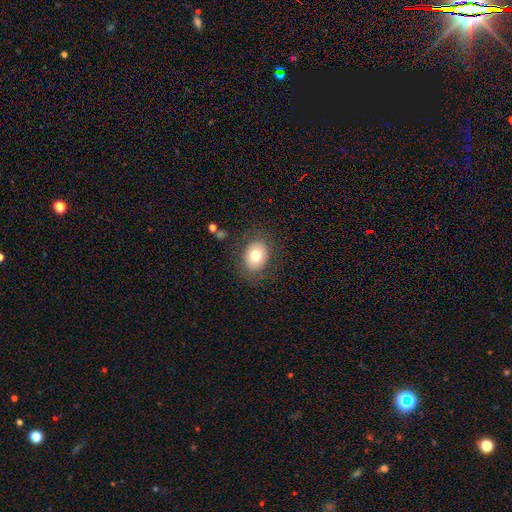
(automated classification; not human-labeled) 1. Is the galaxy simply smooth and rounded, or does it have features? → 74% smooth, 16% featured or disk, 9% star or artifact.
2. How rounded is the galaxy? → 57% in between, 42% round, 1% cigar-shaped.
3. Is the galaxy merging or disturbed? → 83% none, 11% minor disturbance, 5% major disturbance, 1% merger.